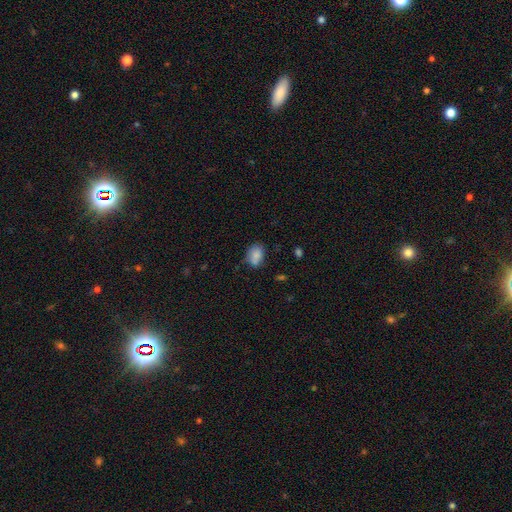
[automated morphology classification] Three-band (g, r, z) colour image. It shows a smooth galaxy with no disk features (83%) that is in between round and cigar-shaped (74%). Merging: none (63%).